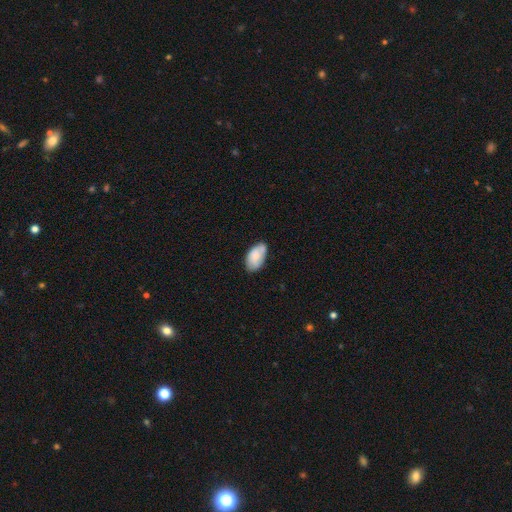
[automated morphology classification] Q: Smooth or featured?
A: smooth (79%); runner-up: featured or disk (15%)
Q: How rounded?
A: in between (95%); runner-up: round (3%)
Q: Merging?
A: none (65%); runner-up: minor disturbance (27%)